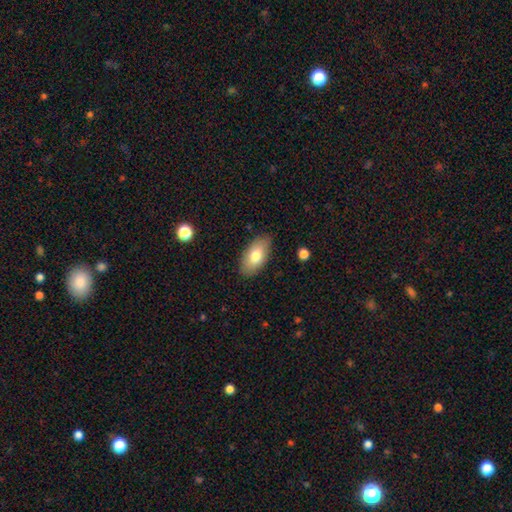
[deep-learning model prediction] smooth_or_featured: smooth (p=0.76) [alt: featured or disk p=0.17]
how_rounded: in between (p=0.93) [alt: round p=0.04]
merging: none (p=0.84) [alt: minor disturbance p=0.12]